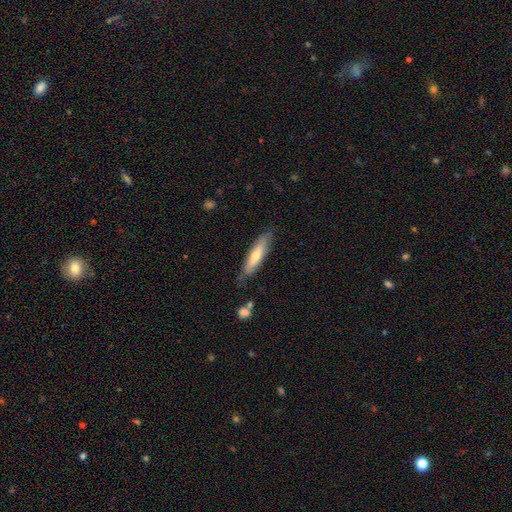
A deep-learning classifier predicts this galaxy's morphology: This appears to be a smooth galaxy with no disk features (57%) that is cigar-shaped (77%). Merging: none (78%).